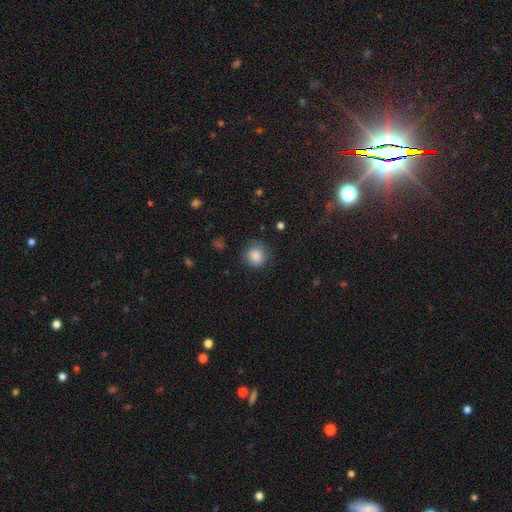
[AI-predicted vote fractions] Smooth or featured? Predicted: smooth (p=0.86). How rounded? Predicted: round (p=0.88). Merging? Predicted: none (p=0.77).